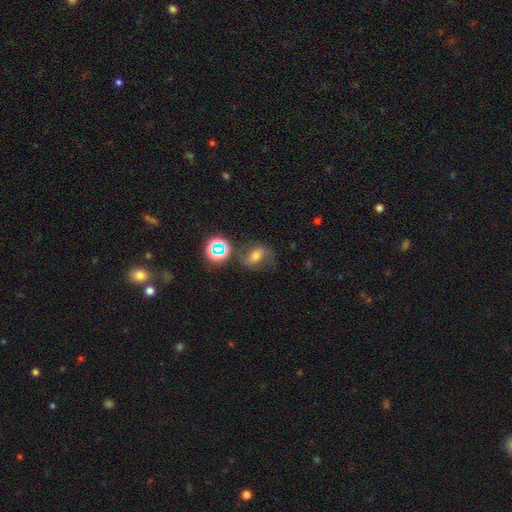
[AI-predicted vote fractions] This is possibly a featured or disk galaxy (45%). Merging: possibly none (59%).